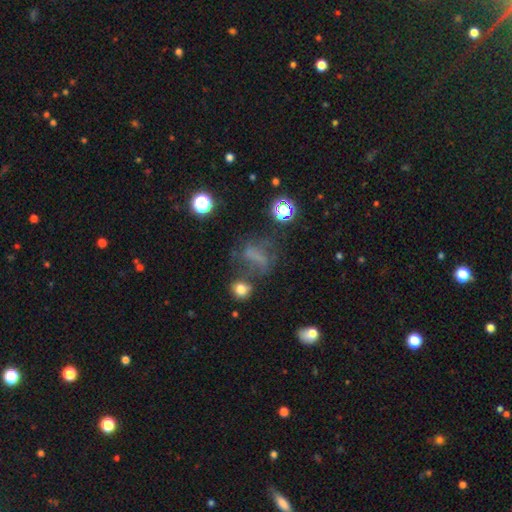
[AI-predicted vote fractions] A smooth galaxy with no disk features (40%).

Vote fractions:
- Smooth or featured? smooth: 40% / star or artifact: 31% / featured or disk: 29%
- Merging? none: 46% / major disturbance: 25% / minor disturbance: 20% / merger: 9%